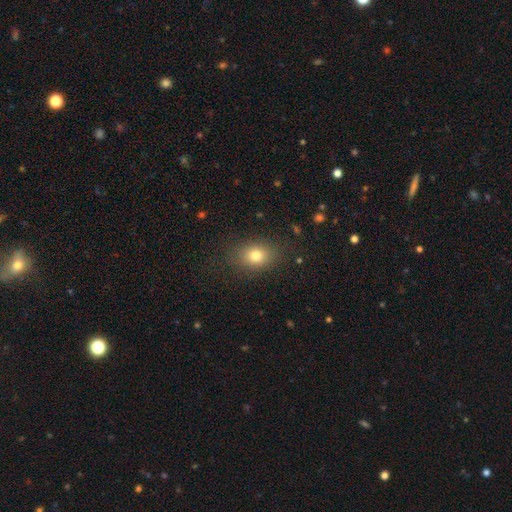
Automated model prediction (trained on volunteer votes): This is likely a smooth galaxy (78%). How rounded: possibly in between (58%). Merging: clearly none (83%).